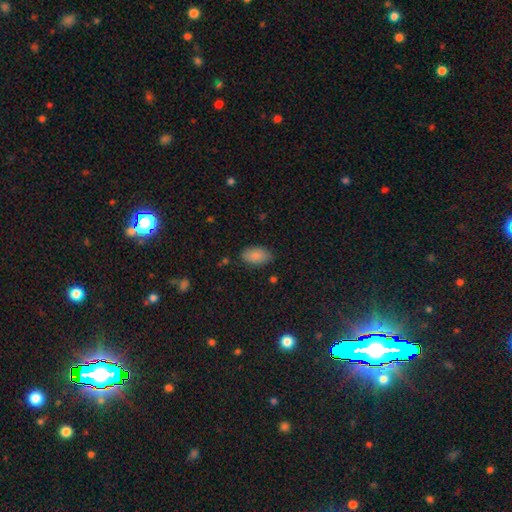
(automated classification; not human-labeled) A smooth galaxy with no disk features (87%) that is in between round and cigar-shaped (94%).

Vote fractions:
- Smooth or featured? smooth: 87% / star or artifact: 8% / featured or disk: 5%
- How rounded? in between: 94% / round: 4% / cigar-shaped: 2%
- Merging? none: 81% / minor disturbance: 14% / major disturbance: 3% / merger: 1%